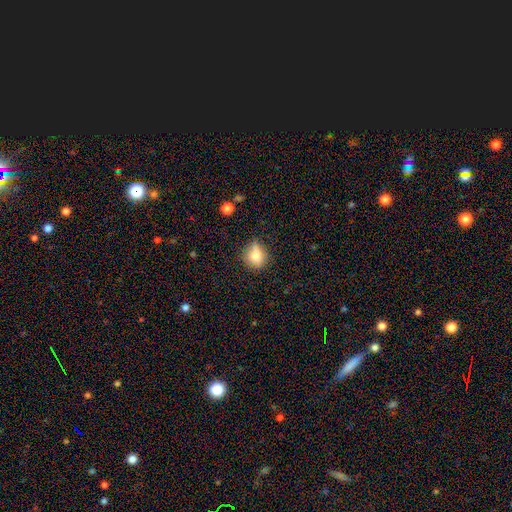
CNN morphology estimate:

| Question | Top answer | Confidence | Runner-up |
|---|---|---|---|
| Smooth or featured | smooth | 77% | featured or disk (13%) |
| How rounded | round | 69% | in between (29%) |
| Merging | none | 68% | minor disturbance (24%) |